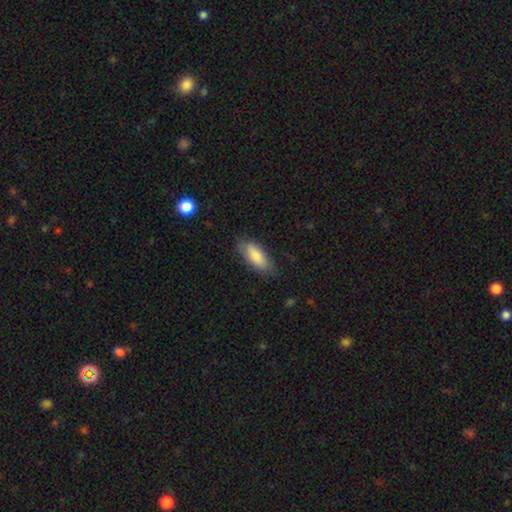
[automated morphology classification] Smooth or featured? Predicted: smooth (p=0.81). How rounded? Predicted: in between (p=0.77). Merging? Predicted: none (p=0.76).